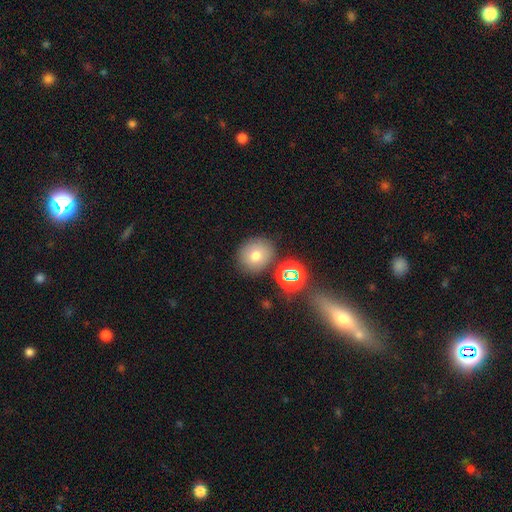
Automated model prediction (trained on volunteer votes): Smooth or featured? Predicted: smooth (p=0.71). How rounded? Predicted: round (p=0.80). Merging? Predicted: none (p=0.79).